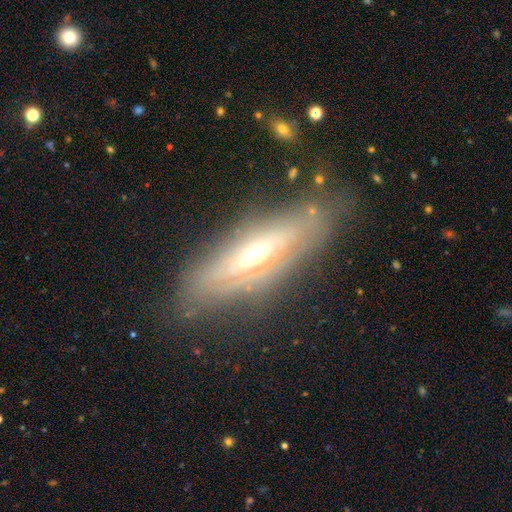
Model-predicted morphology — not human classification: type=featured or disk (70%); edge-on=yes (66%); merging=none (73%).